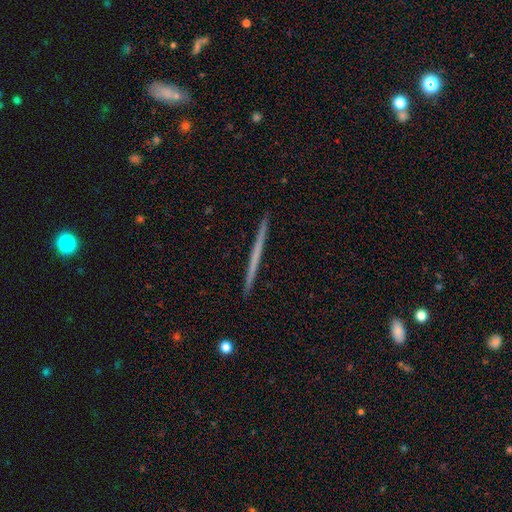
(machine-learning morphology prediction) The model was most divided on "smooth or featured": featured or disk: 52%, smooth: 42%, star or artifact: 5%. More confident: edge-on disk — yes (98%); merging — none (93%); edge-on bulge — none (93%).